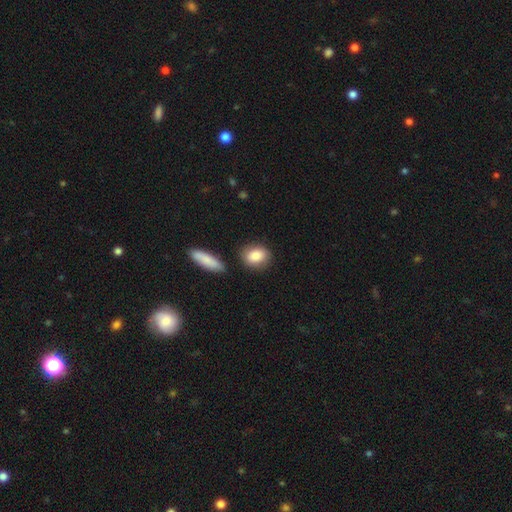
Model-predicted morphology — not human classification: Smooth or featured? smooth (85%)
How rounded? in between (62%)
Merging? none (79%)